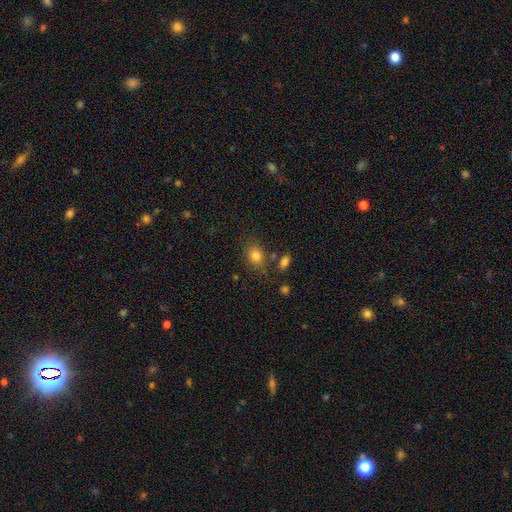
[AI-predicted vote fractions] smooth-or-featured: smooth: 82% | star or artifact: 11% | featured or disk: 7%
  how-rounded: in between: 58% | round: 41% | cigar-shaped: 1%
  merging: none: 72% | minor disturbance: 15% | merger: 8% | major disturbance: 5%